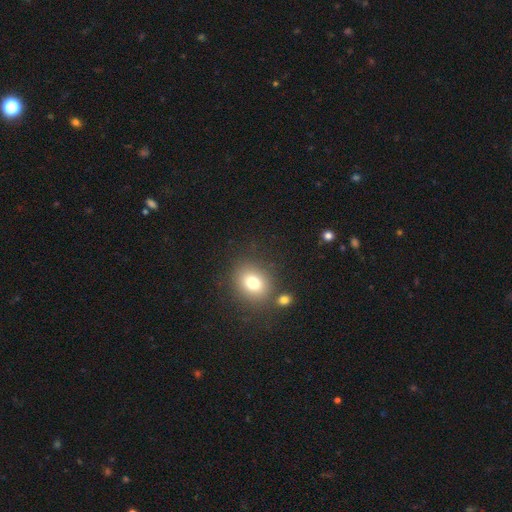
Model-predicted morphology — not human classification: Smooth or featured: smooth — 64% (star or artifact — 28%)
How rounded: round — 79% (in between — 20%)
Merging: none — 83% (minor disturbance — 8%)